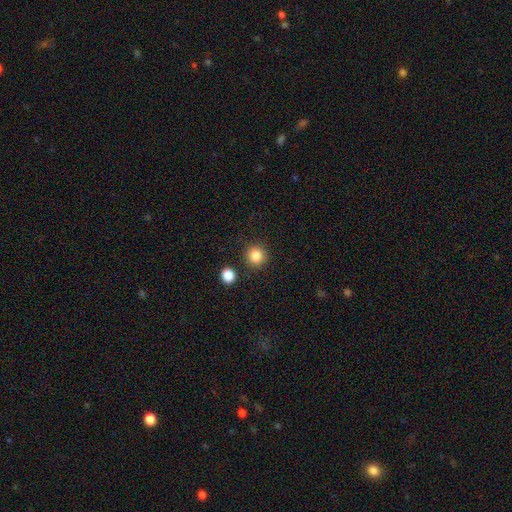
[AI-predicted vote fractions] Q: Smooth or featured?
A: smooth (85%); runner-up: star or artifact (10%)
Q: How rounded?
A: round (92%); runner-up: in between (7%)
Q: Merging?
A: none (87%); runner-up: minor disturbance (7%)